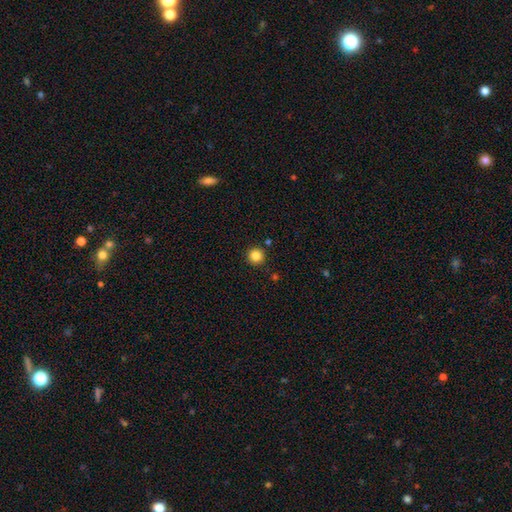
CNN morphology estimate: This is clearly a smooth galaxy (84%). How rounded: clearly round (96%). Merging: clearly none (91%).